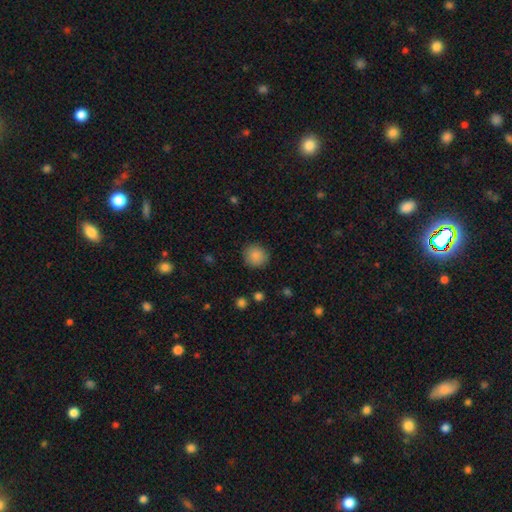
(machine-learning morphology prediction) smooth_or_featured: smooth (p=0.87) [alt: star or artifact p=0.09]
how_rounded: round (p=0.88) [alt: in between p=0.11]
merging: none (p=0.88) [alt: minor disturbance p=0.08]